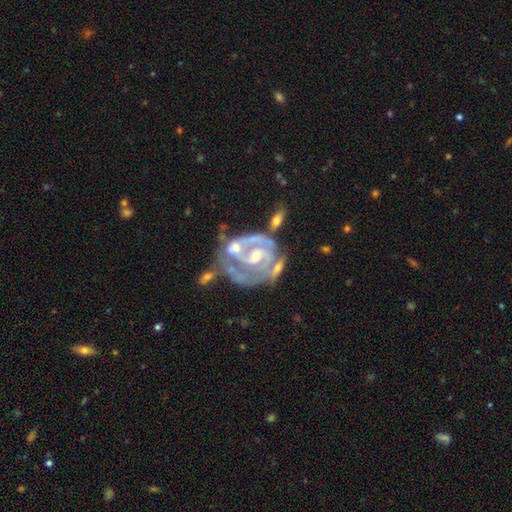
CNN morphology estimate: A featured or disk galaxy (88%) with no bar (47%), 2 (48%) tight (54%) spiral arms (87%) and a small central bulge (47%). Merging: none (32%).